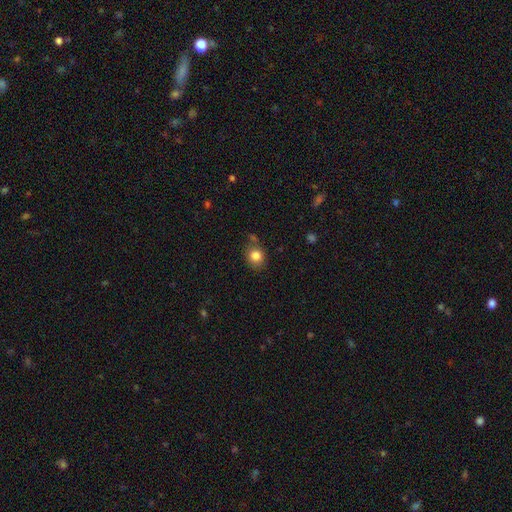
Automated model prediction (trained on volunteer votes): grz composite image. It shows a smooth galaxy with no disk features (83%) that is round (73%). Merging: none (71%).